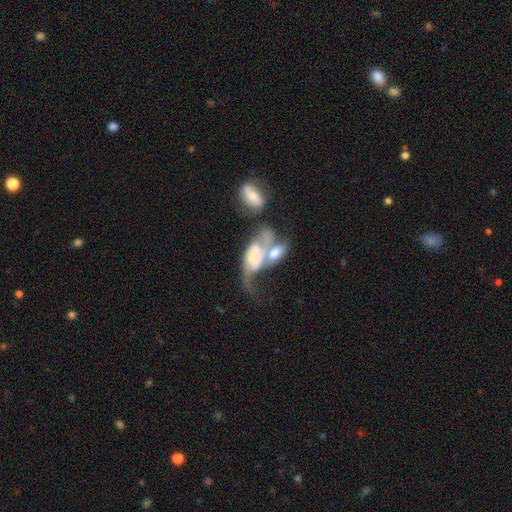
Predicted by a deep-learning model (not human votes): A featured or disk galaxy (62%) with no bar (61%), spiral arms (69%) and no central bulge (32%). Merging: merger (60%).